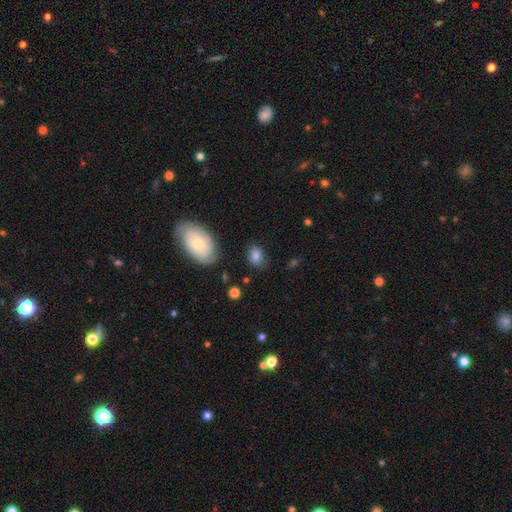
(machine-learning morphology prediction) The model was most divided on "how rounded": in between: 73%, round: 26%, cigar-shaped: 1%. More confident: smooth or featured — smooth (79%); merging — none (69%).